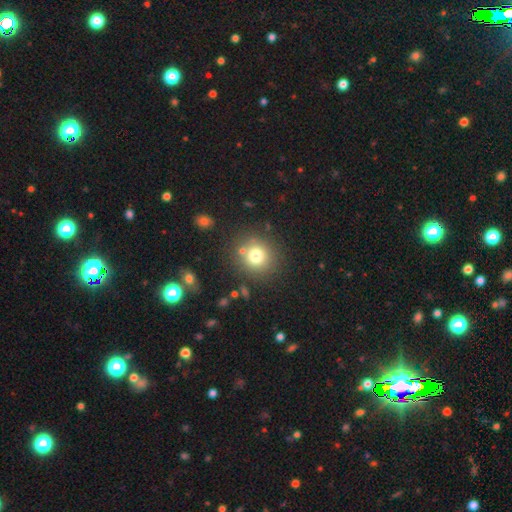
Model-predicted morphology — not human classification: Smooth or featured: smooth — 75% (star or artifact — 14%)
How rounded: round — 89% (in between — 10%)
Merging: none — 80% (minor disturbance — 9%)